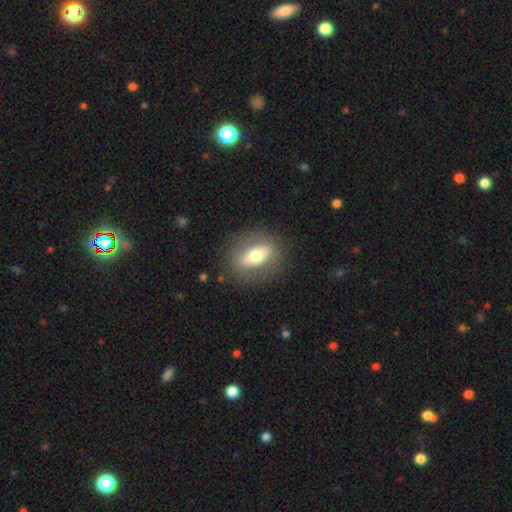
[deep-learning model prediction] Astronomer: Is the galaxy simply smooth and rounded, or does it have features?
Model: smooth — 50% (runner-up: featured or disk, 42%).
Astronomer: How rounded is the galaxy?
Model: in between — 68%.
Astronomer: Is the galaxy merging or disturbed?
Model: none — 83%.